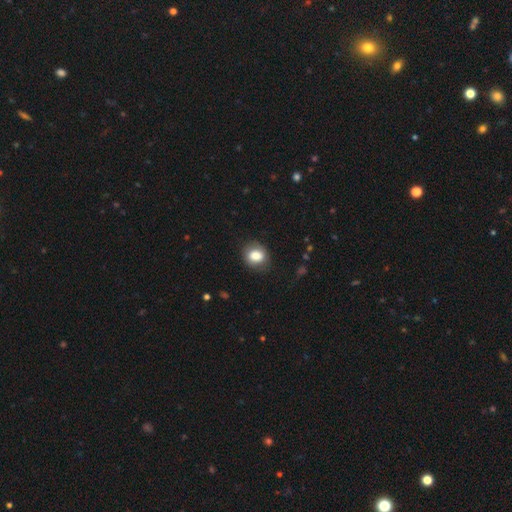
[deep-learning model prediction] This appears to be a smooth galaxy with no disk features (80%) that is round (60%). Merging: none (78%).